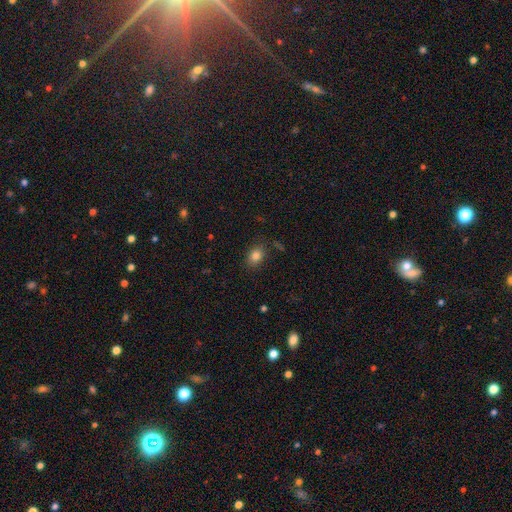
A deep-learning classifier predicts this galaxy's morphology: The model was most divided on "how rounded": in between: 72%, round: 27%, cigar-shaped: 1%. More confident: merging — none (83%); smooth or featured — smooth (82%).